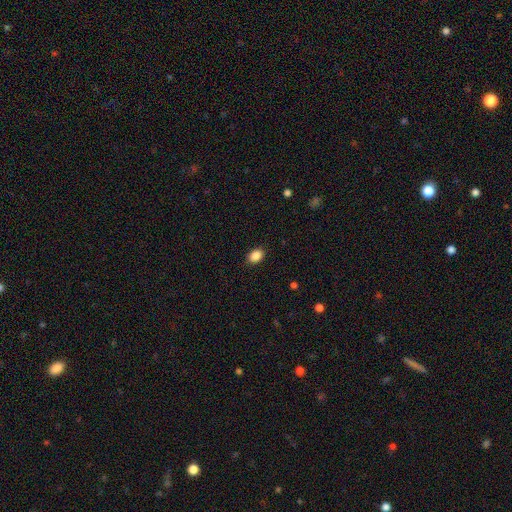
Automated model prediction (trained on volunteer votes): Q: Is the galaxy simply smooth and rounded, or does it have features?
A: smooth — 88%.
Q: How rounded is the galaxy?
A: in between — 76%.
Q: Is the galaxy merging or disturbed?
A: none — 89%.